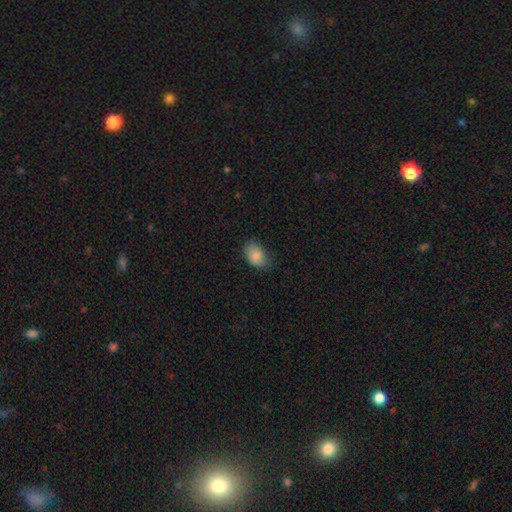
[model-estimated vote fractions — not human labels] smooth 83%, featured or disk 10%, star or artifact 7%. Down the decision tree: how rounded — in between (85%); merging — none (69%).